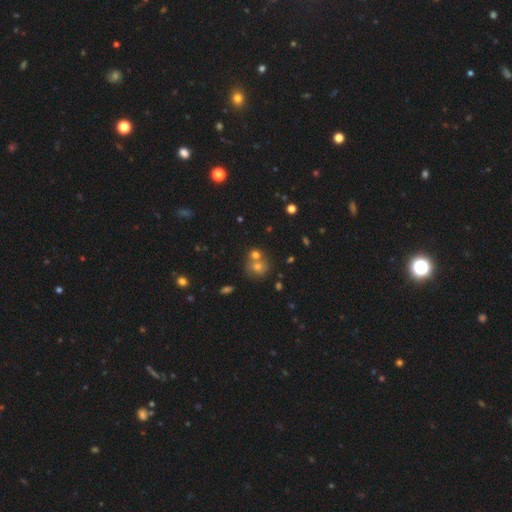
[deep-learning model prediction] Overall: smooth (64%). How rounded: round (82%). Merging: none (53%; merger 36%).